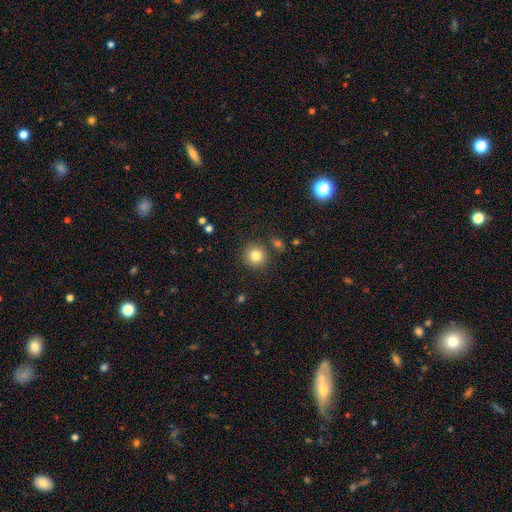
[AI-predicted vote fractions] smooth 82%, star or artifact 11%, featured or disk 7%. Down the decision tree: how rounded — round (92%); merging — none (86%).